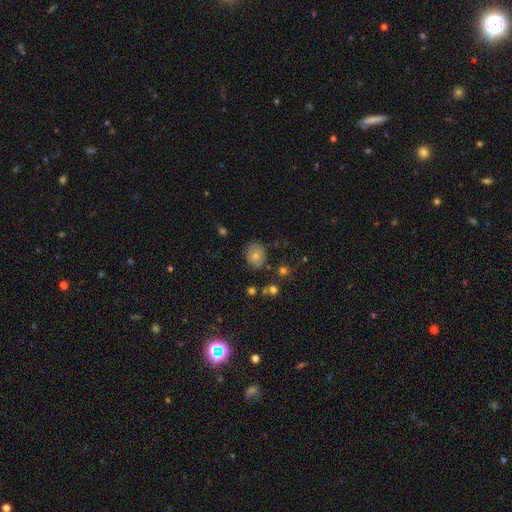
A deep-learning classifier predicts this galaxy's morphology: A smooth galaxy with no disk features (66%) that is round (57%). Merging: none (74%).